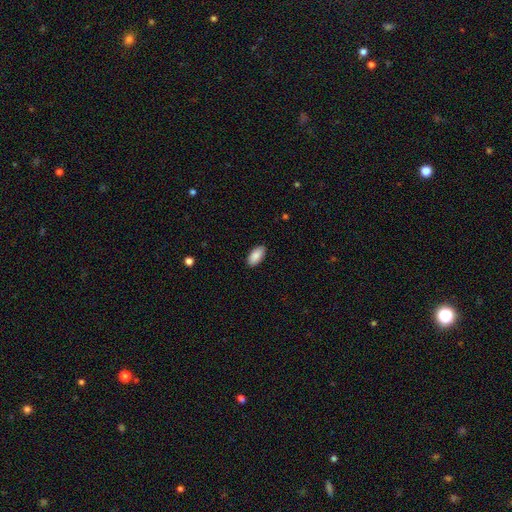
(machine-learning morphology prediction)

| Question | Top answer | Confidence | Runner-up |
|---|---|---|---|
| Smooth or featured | smooth | 90% | star or artifact (6%) |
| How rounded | in between | 94% | cigar-shaped (4%) |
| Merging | none | 88% | minor disturbance (9%) |